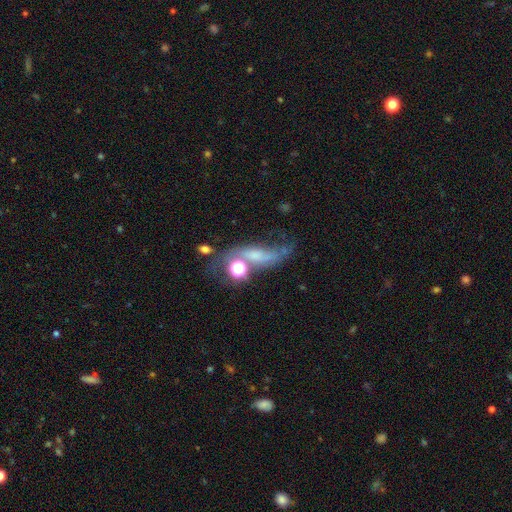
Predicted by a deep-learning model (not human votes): Smooth or featured?
  - featured or disk: 40% *
  - smooth: 38%
  - star or artifact: 22%
Merging?
  - major disturbance: 32% *
  - none: 29%
  - merger: 20%
  - minor disturbance: 19%